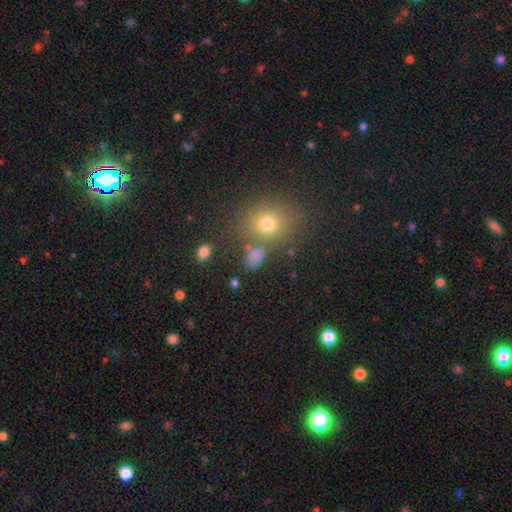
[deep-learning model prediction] This appears to be a smooth galaxy with no disk features (74%) that is in between round and cigar-shaped (59%). Merging: none (63%).